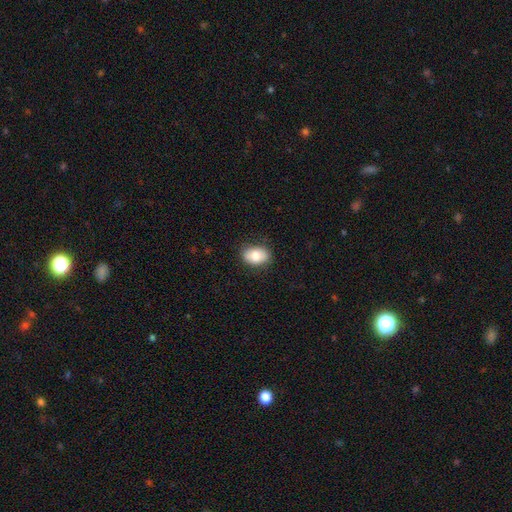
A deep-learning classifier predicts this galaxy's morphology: A smooth galaxy with no disk features (79%) that is in between round and cigar-shaped (80%).

Vote fractions:
- Smooth or featured? smooth: 79% / featured or disk: 14% / star or artifact: 8%
- How rounded? in between: 80% / round: 19% / cigar-shaped: 1%
- Merging? none: 83% / minor disturbance: 13% / major disturbance: 3% / merger: 1%